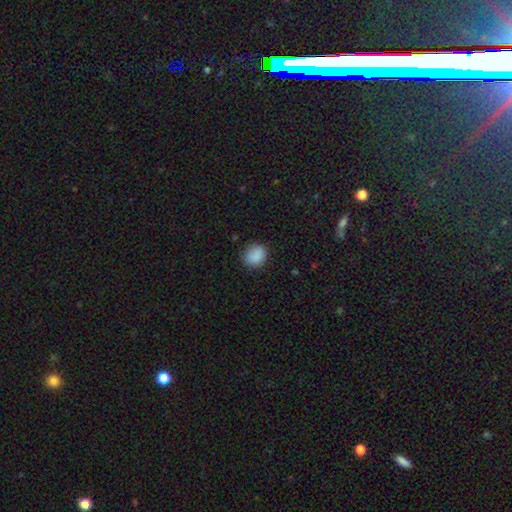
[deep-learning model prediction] Smooth or featured? smooth (87%)
How rounded? round (78%)
Merging? none (80%)